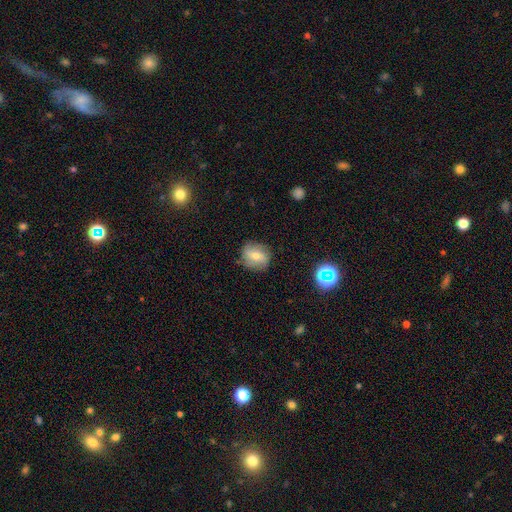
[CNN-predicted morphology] This appears to be a smooth galaxy with no disk features (52%) that is round (78%). Merging: none (79%).